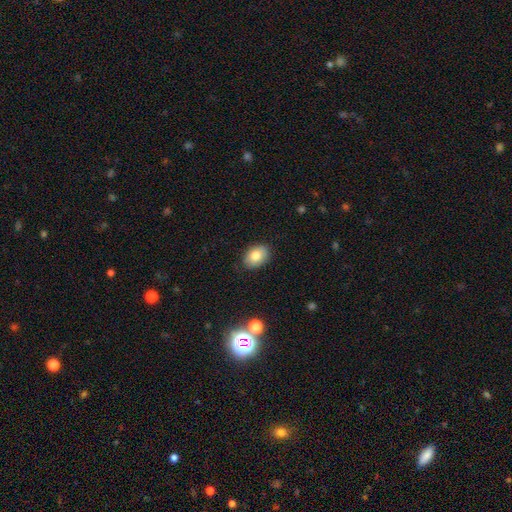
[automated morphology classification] The model was most divided on "how rounded": in between: 81%, round: 18%, cigar-shaped: 1%. More confident: merging — none (86%); smooth or featured — smooth (81%).